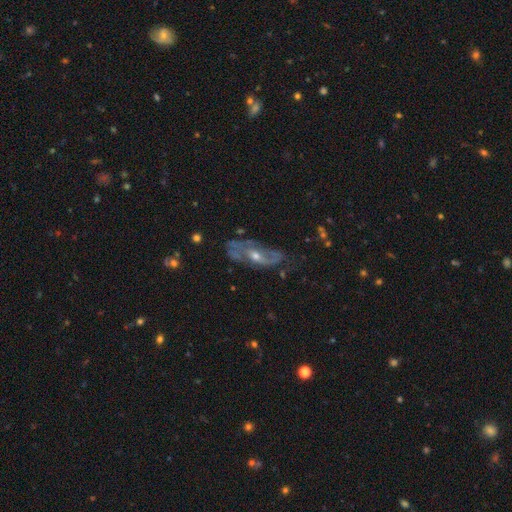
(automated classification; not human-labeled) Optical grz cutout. It shows a featured or disk galaxy (75%) with no bar (60%), spiral arms (78%) and a moderate central bulge (56%). Merging: none (63%).